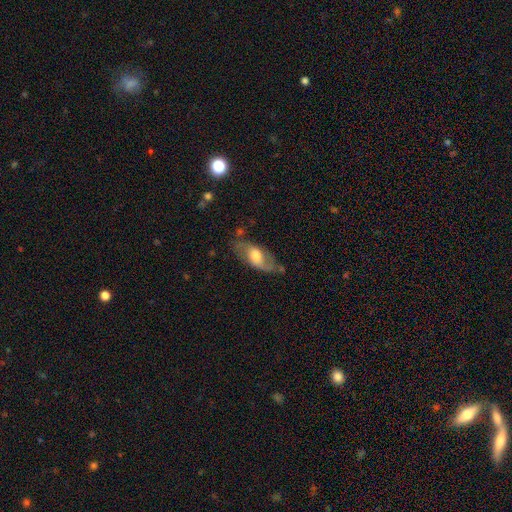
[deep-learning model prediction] A featured or disk galaxy (55%). Merging: none (64%).